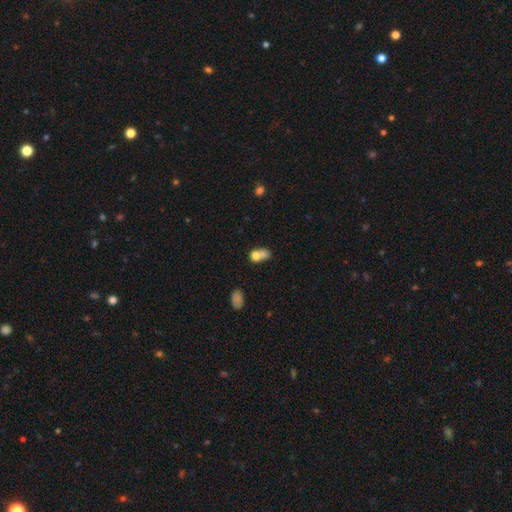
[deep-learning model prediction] A smooth galaxy with no disk features (72%) that is round (56%). Merging: merger (64%).